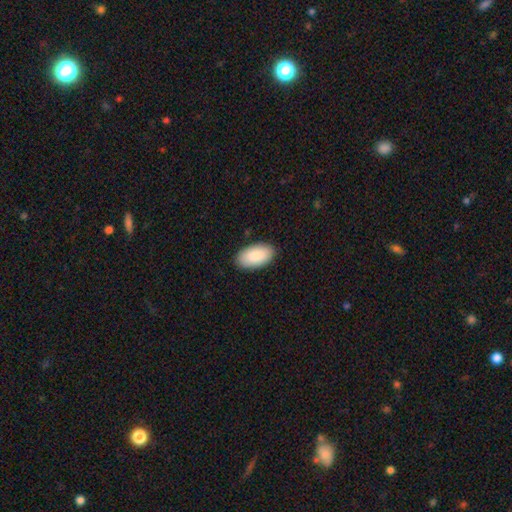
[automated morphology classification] A smooth galaxy with no disk features (88%) that is in between round and cigar-shaped (96%). Merging: none (88%).